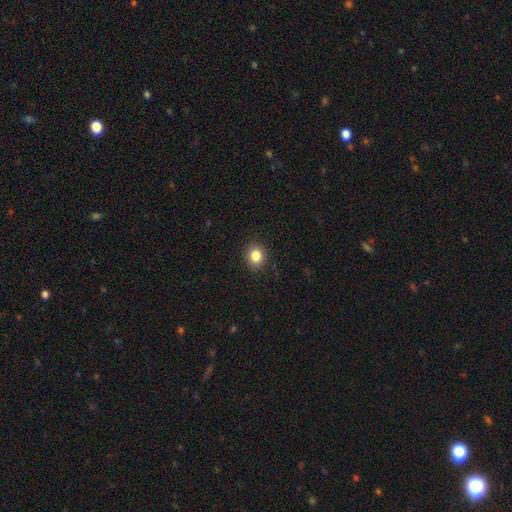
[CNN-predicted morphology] A smooth galaxy with no disk features (85%) that is round (70%).

Vote fractions:
- Smooth or featured? smooth: 85% / star or artifact: 10% / featured or disk: 5%
- How rounded? round: 70% / in between: 30% / cigar-shaped: 1%
- Merging? none: 90% / minor disturbance: 7% / major disturbance: 2% / merger: 1%